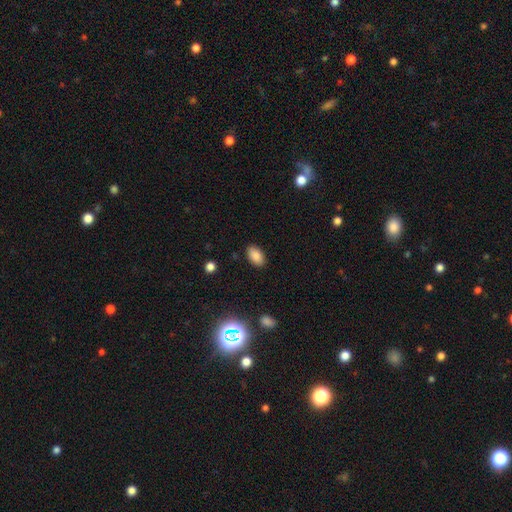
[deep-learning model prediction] Morphology: type=smooth (86%); roundness=in between (93%); merging=none (87%).